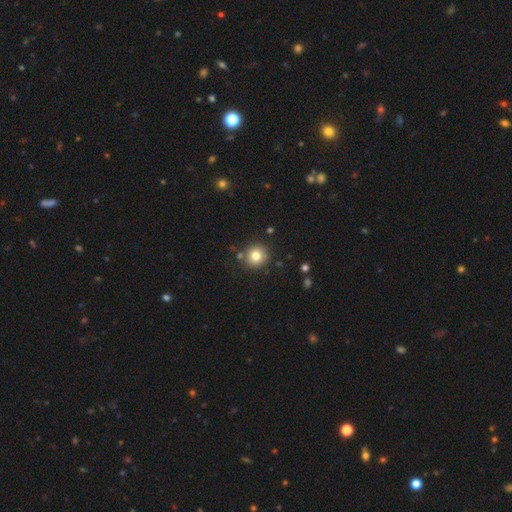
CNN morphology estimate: type=smooth (80%); roundness=round (90%); merging=none (84%).